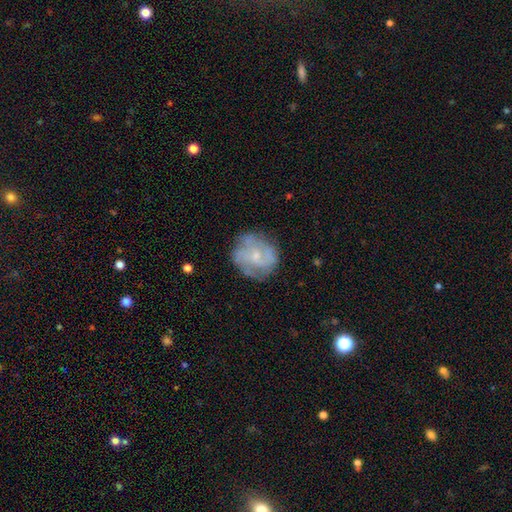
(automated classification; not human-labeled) Smooth or featured? featured or disk (70%)
Edge-on disk? no (98%)
Bar? no (71%)
Spiral arms? yes (82%)
Spiral winding? tight (42%)
Spiral arm count? can't tell (36%)
Bulge size? small (65%)
Merging? none (70%)